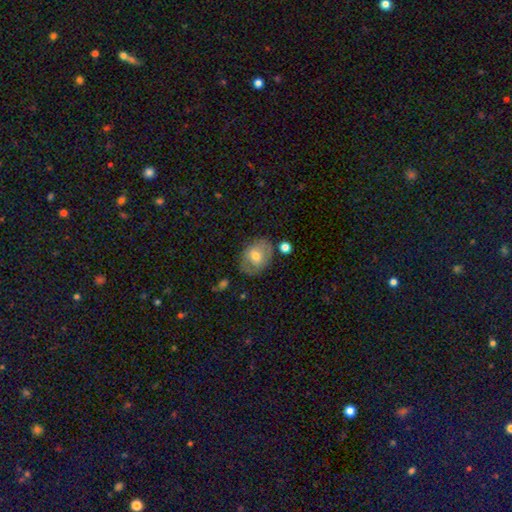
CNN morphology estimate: Smooth or featured? Predicted: smooth (p=0.58). How rounded? Predicted: in between (p=0.60). Merging? Predicted: none (p=0.68).